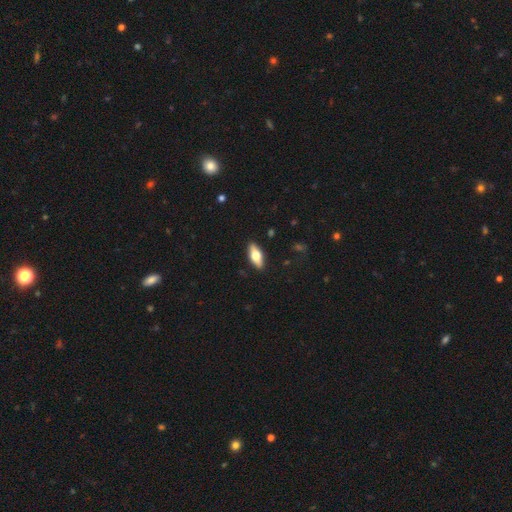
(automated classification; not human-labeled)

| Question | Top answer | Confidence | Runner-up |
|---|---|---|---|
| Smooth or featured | smooth | 61% | featured or disk (33%) |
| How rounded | in between | 74% | cigar-shaped (23%) |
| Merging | none | 89% | minor disturbance (8%) |